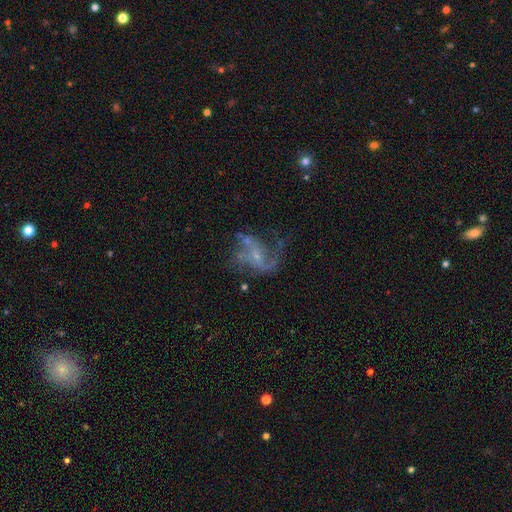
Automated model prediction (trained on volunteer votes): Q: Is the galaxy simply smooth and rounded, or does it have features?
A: featured or disk — 79%.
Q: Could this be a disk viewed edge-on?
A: no — 97%.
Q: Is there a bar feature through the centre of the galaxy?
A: weak — 45%.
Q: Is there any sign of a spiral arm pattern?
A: yes — 84%.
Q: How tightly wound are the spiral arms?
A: loose — 59%.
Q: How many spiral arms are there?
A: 2 — 49%.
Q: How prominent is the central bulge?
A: small — 62%.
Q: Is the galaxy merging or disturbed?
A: none — 42%.